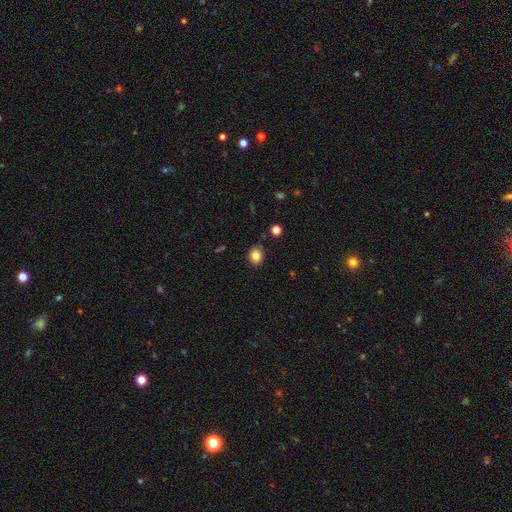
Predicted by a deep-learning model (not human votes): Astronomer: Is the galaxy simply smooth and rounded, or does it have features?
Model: smooth — 84%.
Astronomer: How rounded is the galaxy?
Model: round — 64%.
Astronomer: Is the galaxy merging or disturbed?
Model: none — 82%.